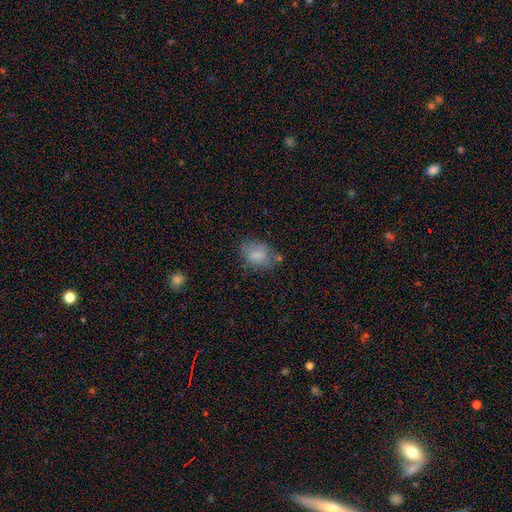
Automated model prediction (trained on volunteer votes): This appears to be a smooth galaxy with no disk features (69%) that is in between round and cigar-shaped (78%). Merging: none (61%).